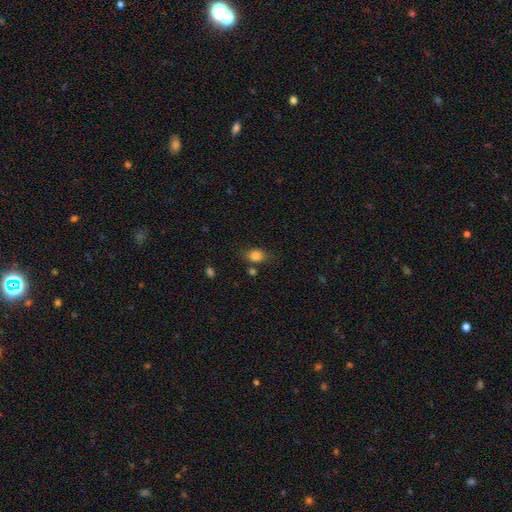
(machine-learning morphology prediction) Smooth or featured? smooth (82%)
How rounded? in between (61%)
Merging? none (70%)